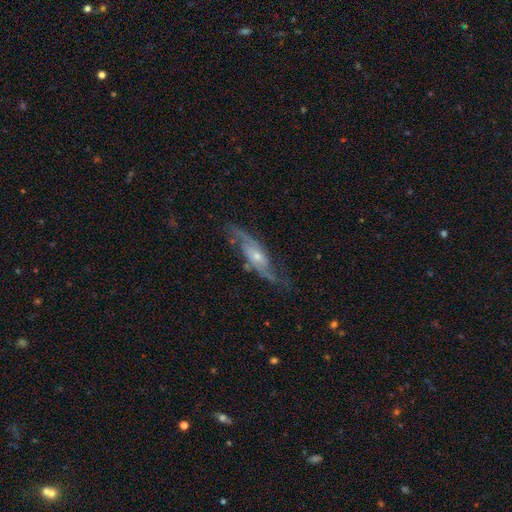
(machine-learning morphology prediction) featured or disk 83%, smooth 10%, star or artifact 6%. Down the decision tree: edge-on disk — no (81%); bar — no (60%); spiral arms — yes (94%); spiral arm count — 2 (82%); spiral winding — medium (44%); bulge size — small (59%); merging — none (71%).